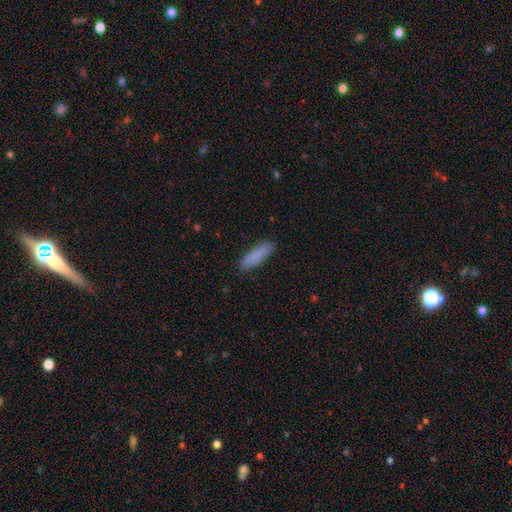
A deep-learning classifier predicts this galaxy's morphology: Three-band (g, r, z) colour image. It shows a smooth galaxy with no disk features (87%) that is cigar-shaped (66%). Merging: none (88%).